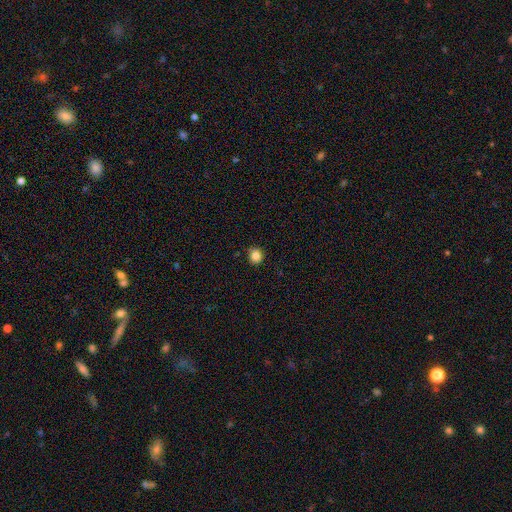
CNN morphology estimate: This is clearly a smooth galaxy (84%). How rounded: clearly round (88%). Merging: clearly none (88%).